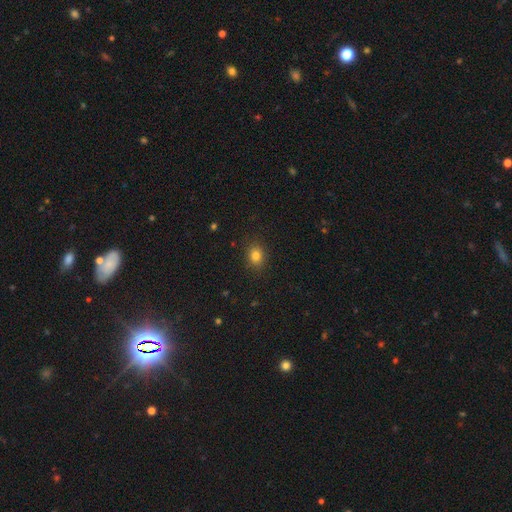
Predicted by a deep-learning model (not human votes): The model was most divided on "how rounded": round: 54%, in between: 45%, cigar-shaped: 1%. More confident: merging — none (88%); smooth or featured — smooth (82%).